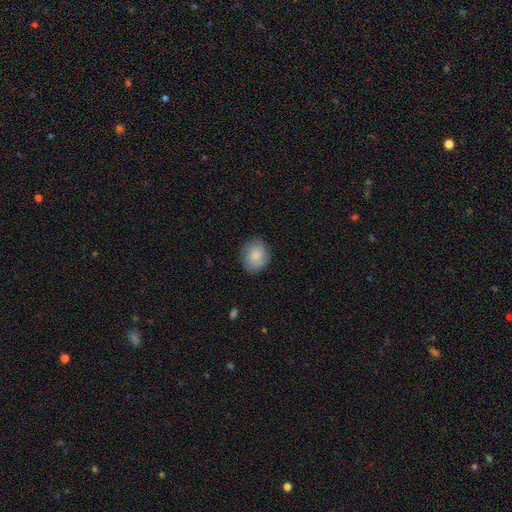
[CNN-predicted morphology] Smooth or featured: smooth — 80% (featured or disk — 13%)
How rounded: round — 67% (in between — 32%)
Merging: none — 82% (minor disturbance — 14%)